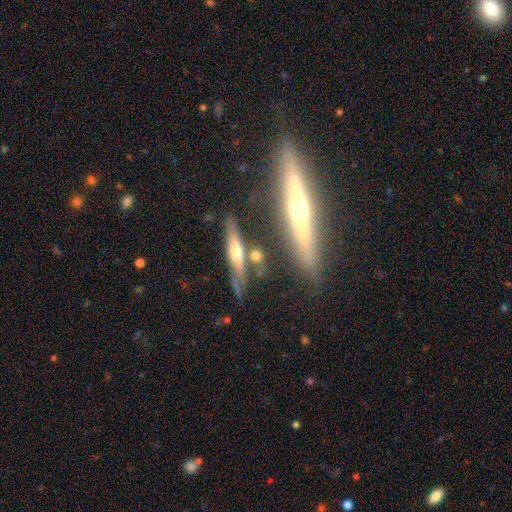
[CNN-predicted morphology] smooth_or_featured: featured or disk (p=0.51) [alt: smooth p=0.39]
disk_edge_on: yes (p=0.87) [alt: no p=0.13]
merging: none (p=0.72) [alt: minor disturbance p=0.12]